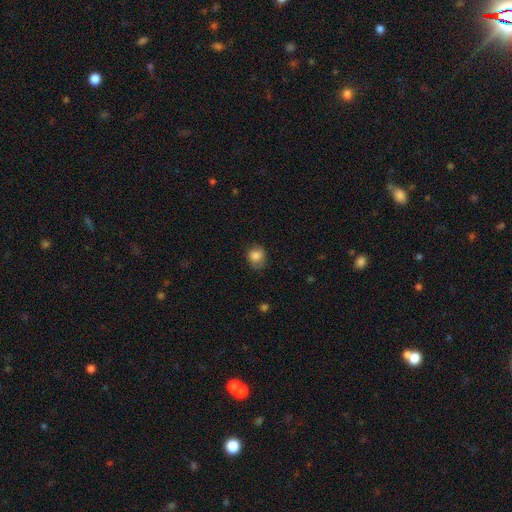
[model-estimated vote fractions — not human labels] A smooth galaxy with no disk features (85%) that is round (71%). Merging: none (69%).